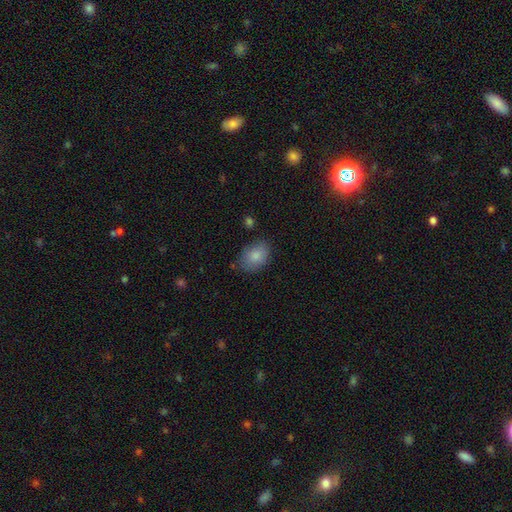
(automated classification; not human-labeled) Morphology: type=smooth (84%); roundness=in between (79%); merging=none (74%).